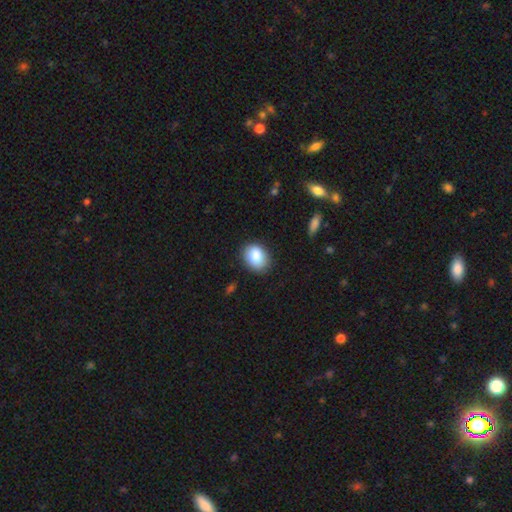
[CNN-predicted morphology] Overall: smooth (86%). How rounded: in between (63%; round 36%). Merging: none (84%).